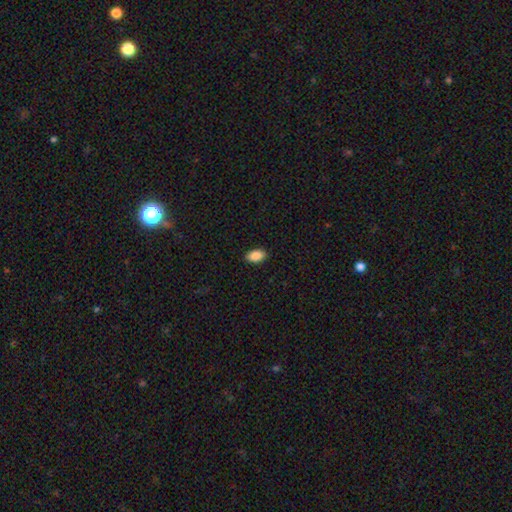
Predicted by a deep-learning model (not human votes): Q: Smooth or featured?
A: smooth (88%); runner-up: star or artifact (8%)
Q: How rounded?
A: in between (92%); runner-up: round (6%)
Q: Merging?
A: none (89%); runner-up: minor disturbance (8%)